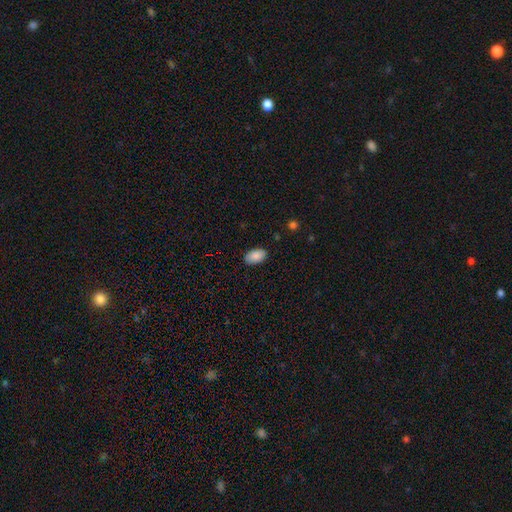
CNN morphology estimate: Overall: smooth (88%). How rounded: in between (94%). Merging: none (87%).